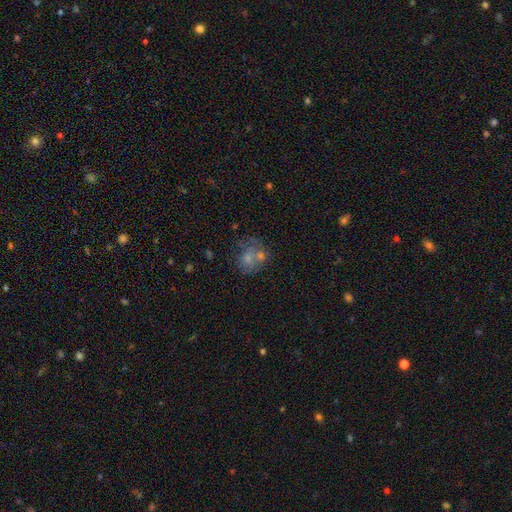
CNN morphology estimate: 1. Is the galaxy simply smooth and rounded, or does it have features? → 55% smooth, 31% featured or disk, 14% star or artifact.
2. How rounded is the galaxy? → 57% round, 42% in between, 1% cigar-shaped.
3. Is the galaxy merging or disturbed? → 38% merger, 34% none, 15% minor disturbance, 13% major disturbance.